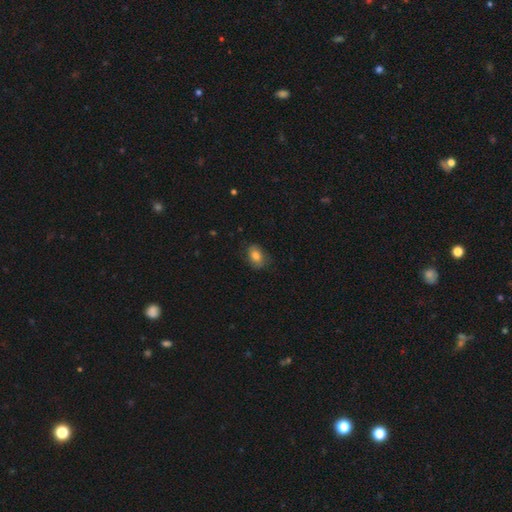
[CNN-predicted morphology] This appears to be a smooth galaxy with no disk features (77%) that is in between round and cigar-shaped (75%). Merging: none (72%).